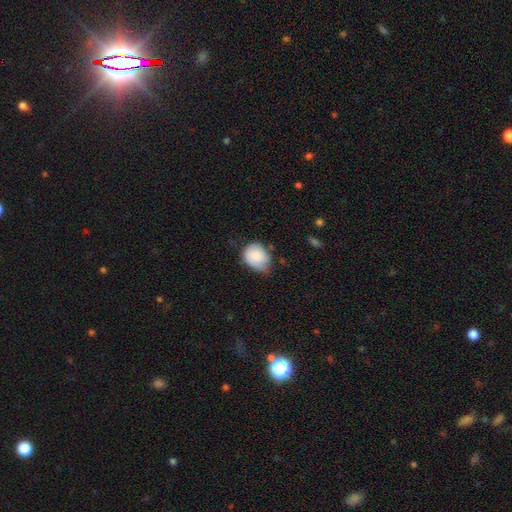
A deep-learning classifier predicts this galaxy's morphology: A smooth galaxy with no disk features (69%) that is round (50%). Merging: minor disturbance (43%).